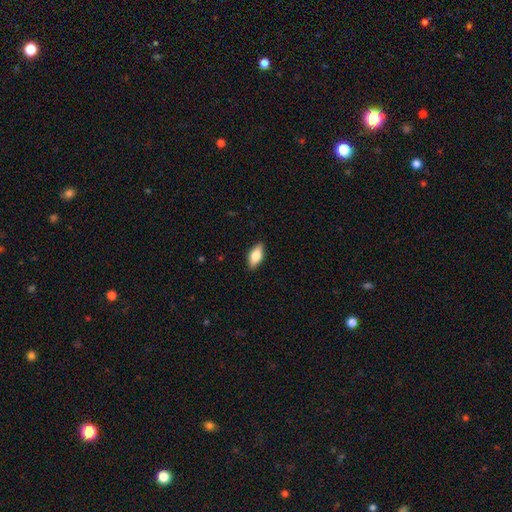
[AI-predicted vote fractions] Smooth or featured: smooth — 66% (featured or disk — 28%)
How rounded: in between — 82% (cigar-shaped — 15%)
Merging: none — 87% (minor disturbance — 10%)